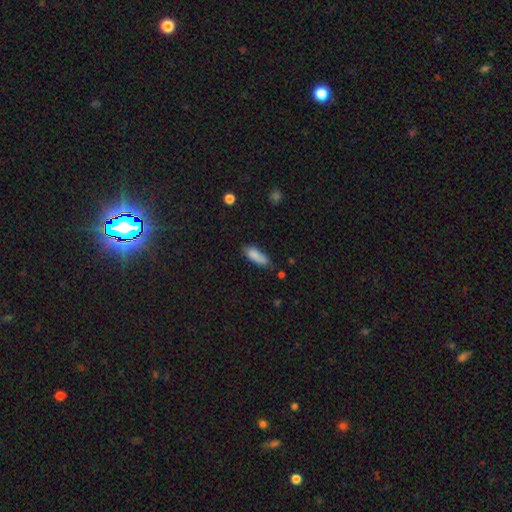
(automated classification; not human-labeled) A smooth galaxy with no disk features (84%) that is in between round and cigar-shaped (66%). Merging: none (57%).